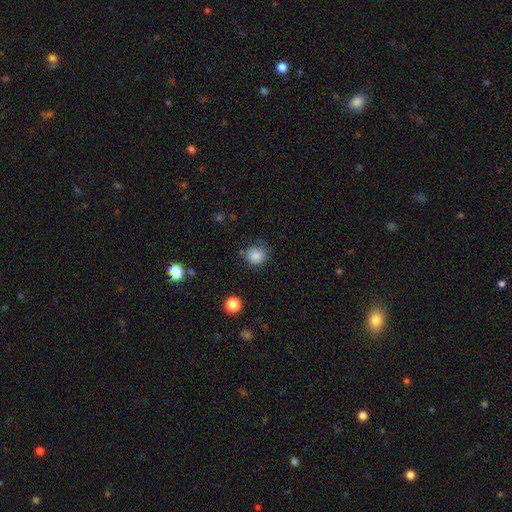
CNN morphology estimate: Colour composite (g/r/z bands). It shows a smooth galaxy with no disk features (85%) that is round (87%). Merging: none (75%).